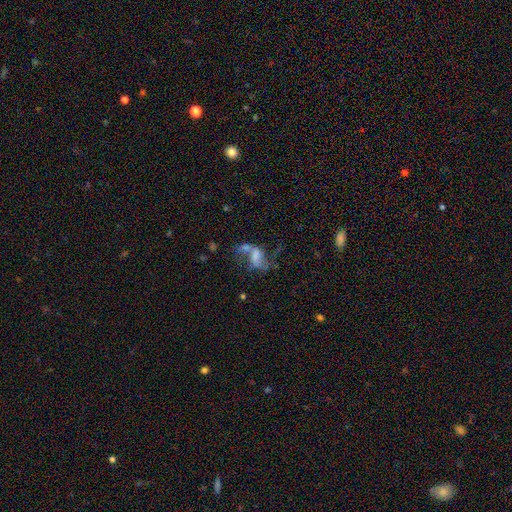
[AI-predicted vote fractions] This appears to be a featured or disk galaxy (58%) with no bar (45%), spiral arms (64%) and no central bulge (42%). Merging: merger (32%).